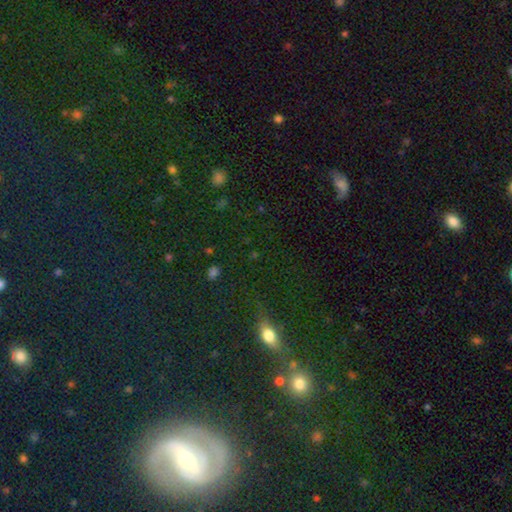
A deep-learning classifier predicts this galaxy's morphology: Smooth or featured: star or artifact — 52% (smooth — 28%)